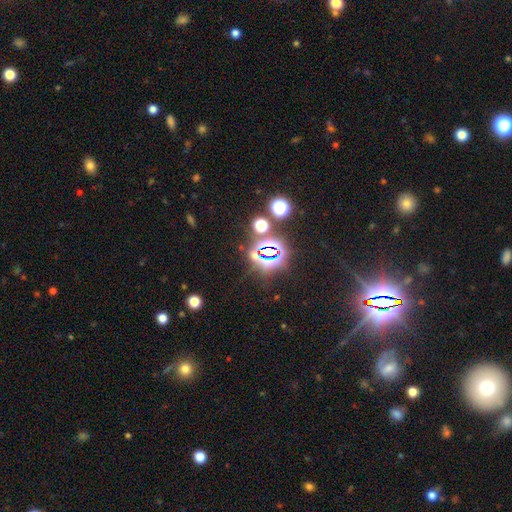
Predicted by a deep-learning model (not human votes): The model was most divided on "smooth or featured": star or artifact: 75%, smooth: 17%, featured or disk: 8%.